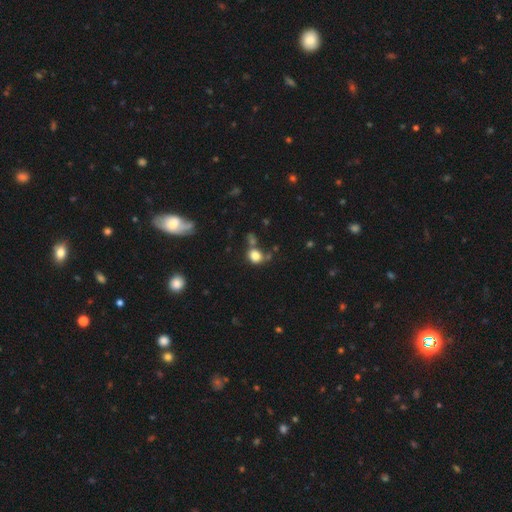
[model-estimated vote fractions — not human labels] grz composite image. It shows a smooth galaxy with no disk features (80%) that is round (73%). Merging: none (52%).